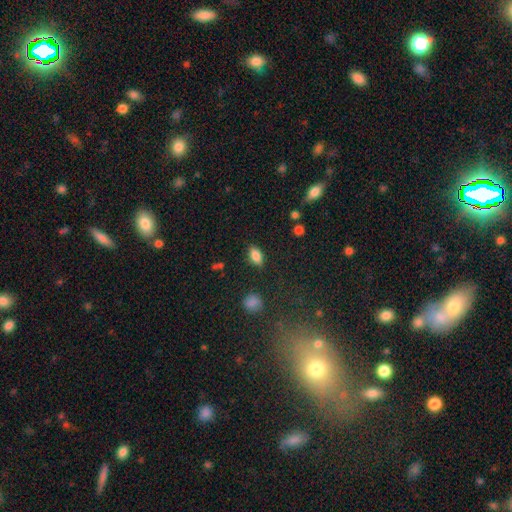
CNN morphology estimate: This appears to be a smooth galaxy with no disk features (81%) that is in between round and cigar-shaped (88%). Merging: none (85%).